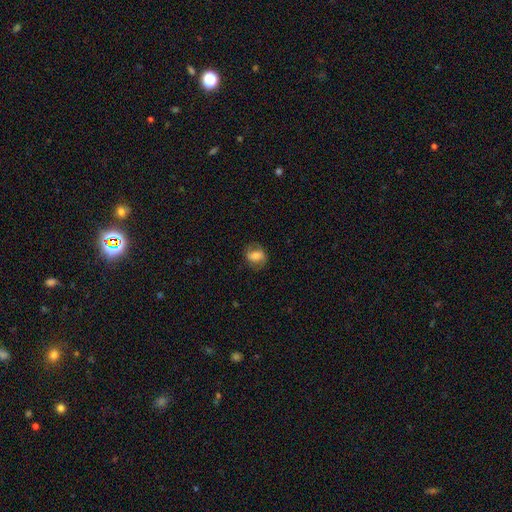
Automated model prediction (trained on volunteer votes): Overall: smooth (60%; featured or disk 32%). How rounded: in between (55%; round 43%). Merging: none (70%).